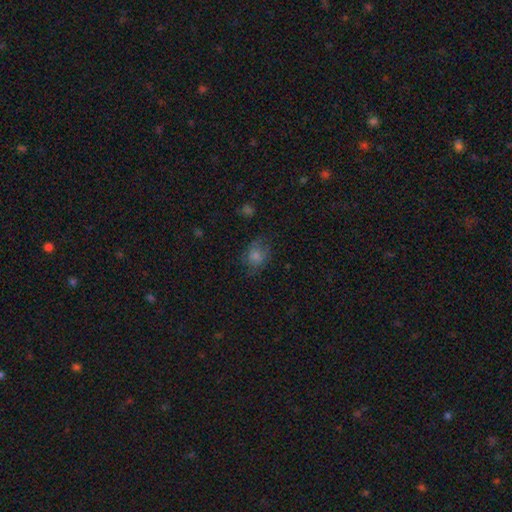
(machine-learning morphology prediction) type=smooth (67%); roundness=round (54%); merging=none (64%).